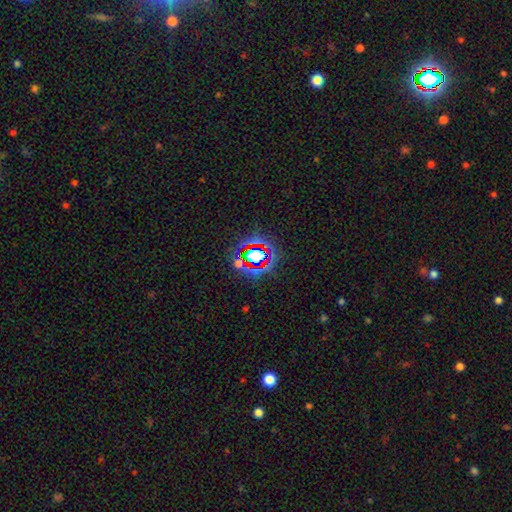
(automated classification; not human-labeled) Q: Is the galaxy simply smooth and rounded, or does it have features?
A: star or artifact — 63%.